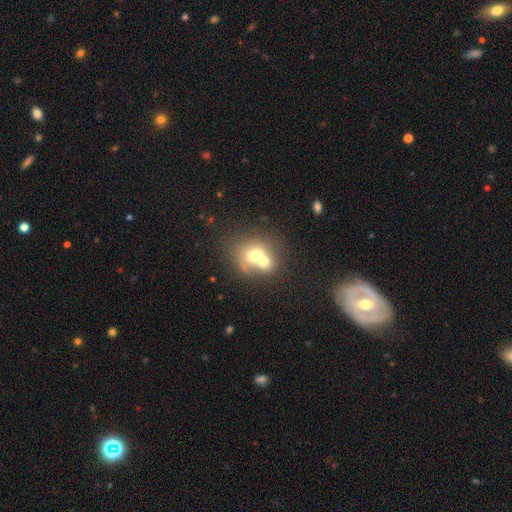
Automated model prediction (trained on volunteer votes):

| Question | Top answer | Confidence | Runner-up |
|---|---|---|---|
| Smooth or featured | smooth | 64% | featured or disk (26%) |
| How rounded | round | 65% | in between (34%) |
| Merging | merger | 65% | none (23%) |